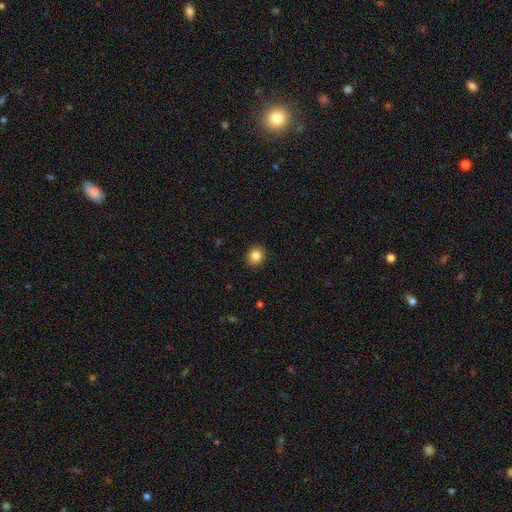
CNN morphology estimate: smooth_or_featured: smooth (p=0.84) [alt: star or artifact p=0.10]
how_rounded: round (p=0.79) [alt: in between p=0.20]
merging: none (p=0.91) [alt: minor disturbance p=0.06]